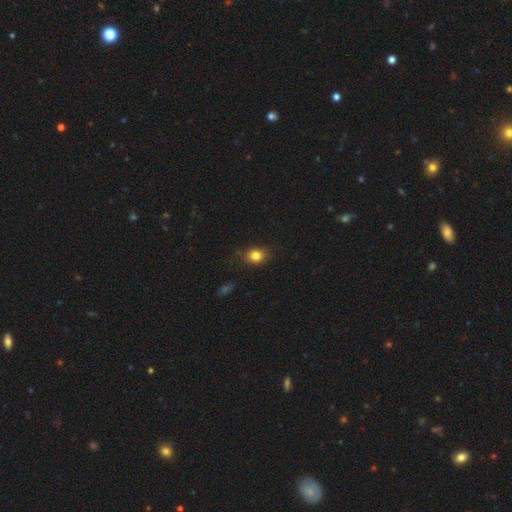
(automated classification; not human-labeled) This appears to be a smooth galaxy with no disk features (82%) that is round (61%). Merging: none (81%).